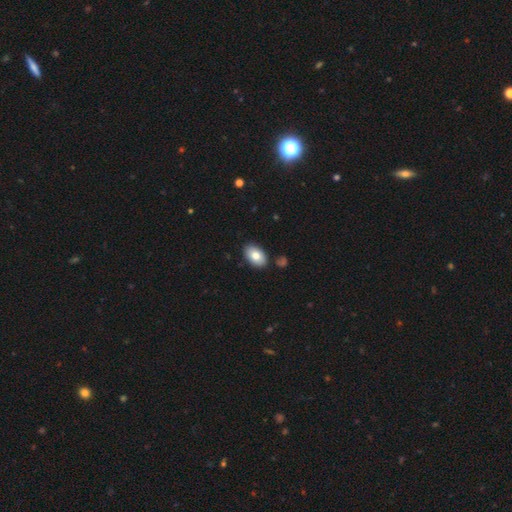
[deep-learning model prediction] Q: Smooth or featured?
A: smooth (81%); runner-up: featured or disk (12%)
Q: How rounded?
A: in between (91%); runner-up: round (8%)
Q: Merging?
A: none (86%); runner-up: minor disturbance (10%)